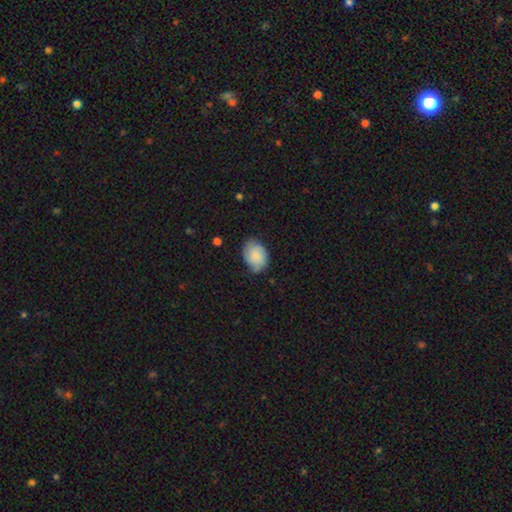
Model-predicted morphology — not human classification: A smooth galaxy with no disk features (70%) that is in between round and cigar-shaped (73%).

Vote fractions:
- Smooth or featured? smooth: 70% / featured or disk: 23% / star or artifact: 7%
- How rounded? in between: 73% / round: 26% / cigar-shaped: 1%
- Merging? none: 70% / minor disturbance: 24% / major disturbance: 4% / merger: 1%